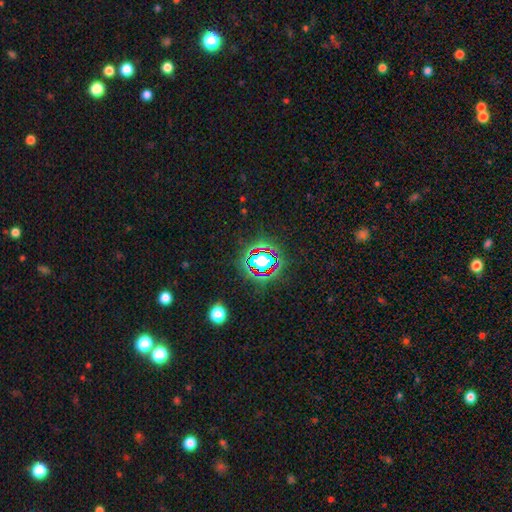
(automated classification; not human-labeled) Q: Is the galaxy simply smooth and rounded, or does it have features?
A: star or artifact — 78%.